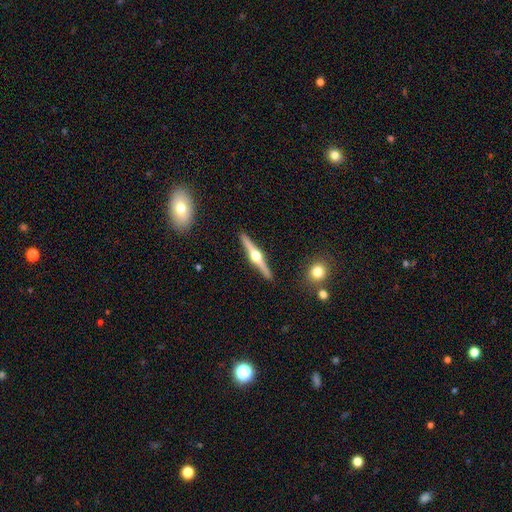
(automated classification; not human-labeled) Smooth or featured? Predicted: featured or disk (p=0.83). Edge-on disk? Predicted: yes (p=0.98). Edge-on bulge? Predicted: rounded (p=0.96). Merging? Predicted: none (p=0.92).